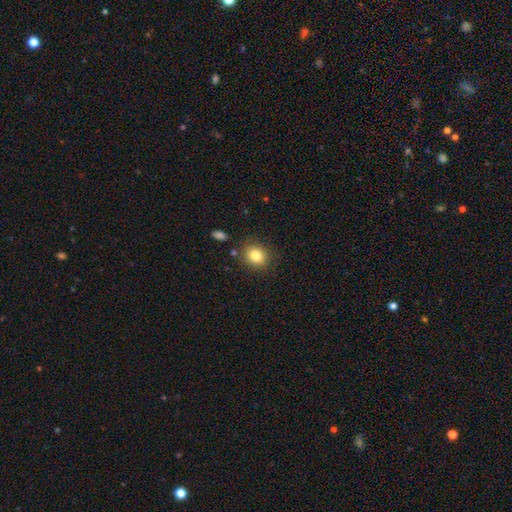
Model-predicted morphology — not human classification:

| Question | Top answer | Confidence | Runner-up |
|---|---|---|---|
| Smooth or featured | smooth | 83% | star or artifact (10%) |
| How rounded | round | 65% | in between (34%) |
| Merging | none | 84% | minor disturbance (10%) |